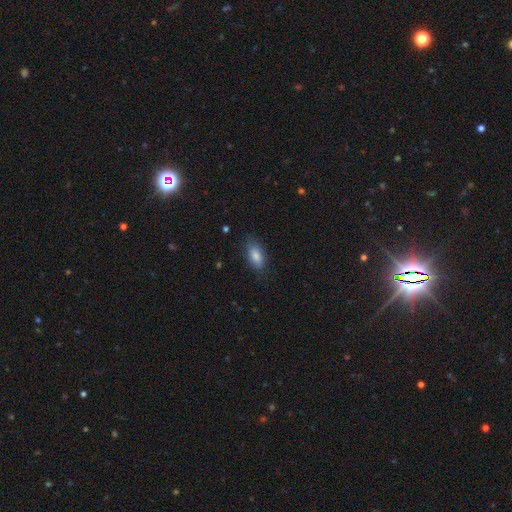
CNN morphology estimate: smooth 81%, featured or disk 10%, star or artifact 9%. Down the decision tree: how rounded — in between (85%); merging — none (80%).